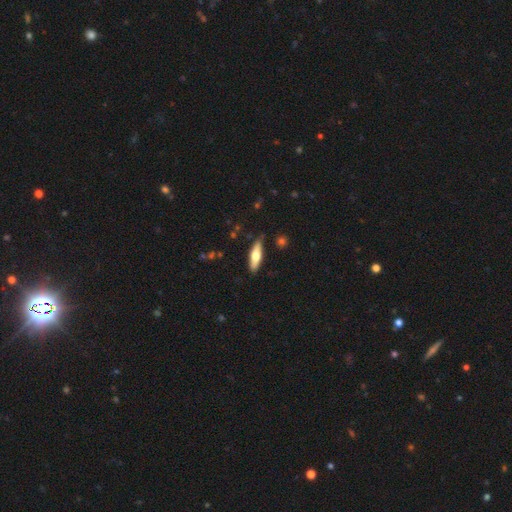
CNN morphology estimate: Smooth or featured? Predicted: smooth (p=0.55). How rounded? Predicted: cigar-shaped (p=0.57). Merging? Predicted: none (p=0.86).